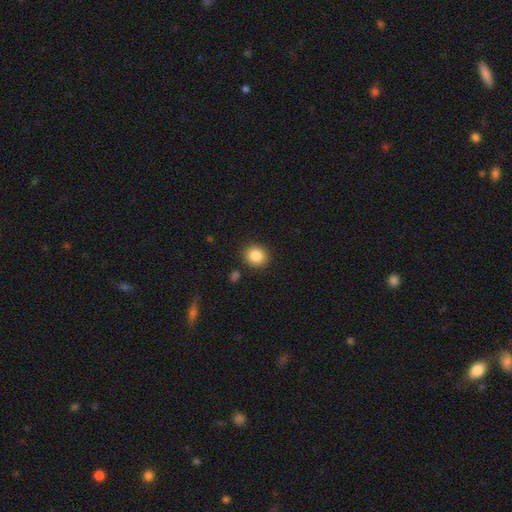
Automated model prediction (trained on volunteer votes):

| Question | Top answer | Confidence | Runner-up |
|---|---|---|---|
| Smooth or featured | smooth | 86% | star or artifact (9%) |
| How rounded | round | 82% | in between (18%) |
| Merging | none | 88% | minor disturbance (7%) |